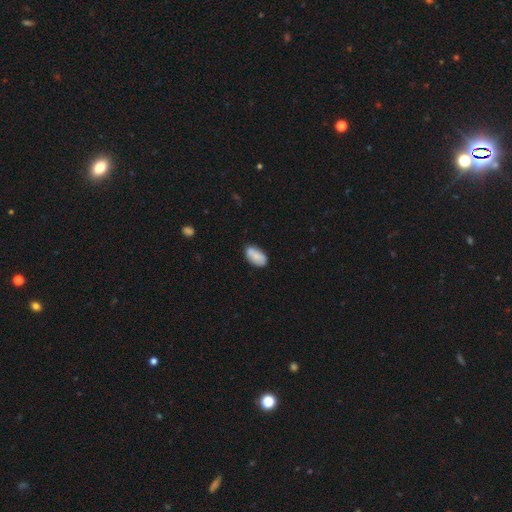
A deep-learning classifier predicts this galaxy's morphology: Smooth or featured? smooth (74%)
How rounded? in between (93%)
Merging? none (61%)